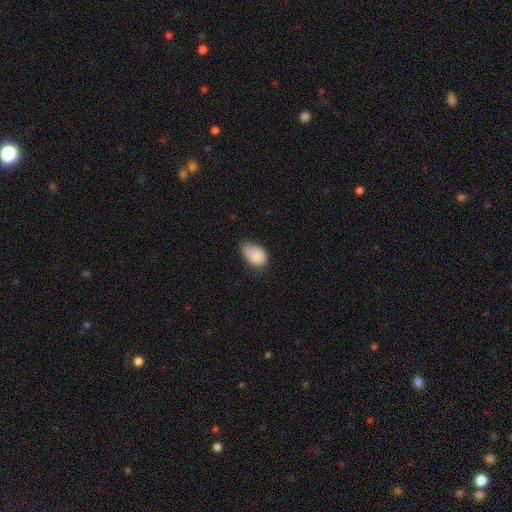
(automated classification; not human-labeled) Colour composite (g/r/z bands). It shows a smooth galaxy with no disk features (84%) that is in between round and cigar-shaped (85%). Merging: minor disturbance (49%).